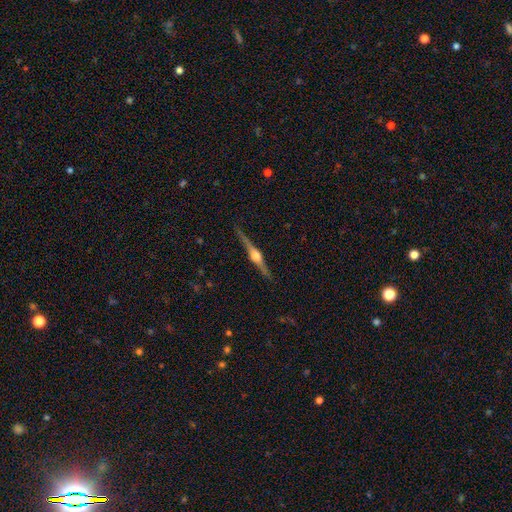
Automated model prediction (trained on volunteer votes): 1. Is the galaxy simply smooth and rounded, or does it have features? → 86% featured or disk, 9% smooth, 6% star or artifact.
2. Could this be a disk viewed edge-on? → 98% yes, 2% no.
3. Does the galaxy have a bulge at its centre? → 92% rounded, 6% boxy, 2% none.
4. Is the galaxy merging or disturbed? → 91% none, 7% minor disturbance, 1% major disturbance, 1% merger.